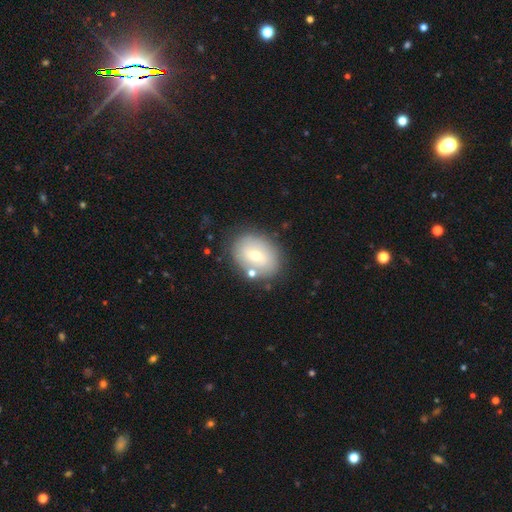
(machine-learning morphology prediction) This is possibly a smooth galaxy (55%). How rounded: likely in between (63%). Merging: likely none (78%).